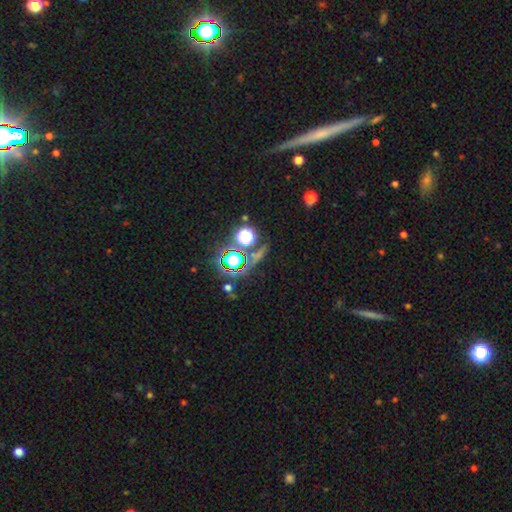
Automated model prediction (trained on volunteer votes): A star or artifact, not a galaxy (70%).